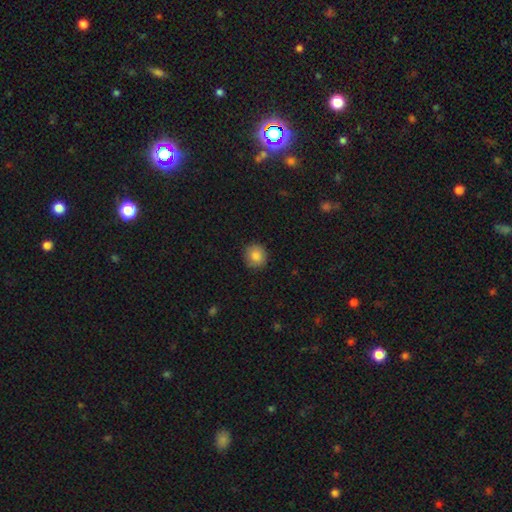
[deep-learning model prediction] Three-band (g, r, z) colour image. It shows a smooth galaxy with no disk features (85%) that is round (91%). Merging: none (89%).